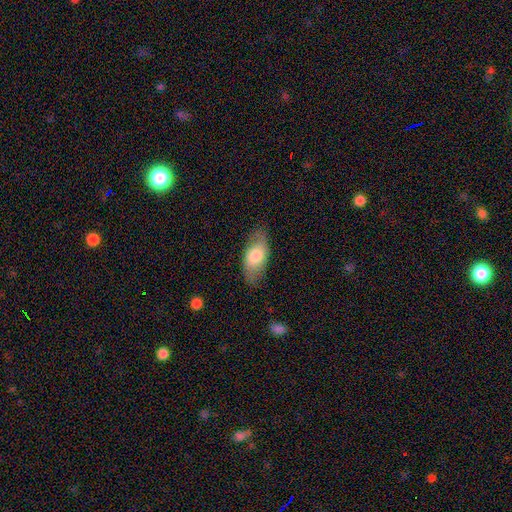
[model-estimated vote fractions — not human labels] smooth_or_featured: smooth (p=0.71) [alt: featured or disk p=0.23]
how_rounded: in between (p=0.90) [alt: cigar-shaped p=0.06]
merging: none (p=0.77) [alt: minor disturbance p=0.17]